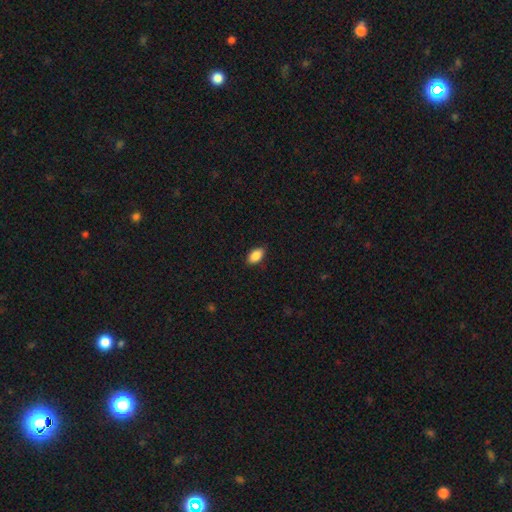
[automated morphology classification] A smooth galaxy with no disk features (88%) that is in between round and cigar-shaped (93%).

Vote fractions:
- Smooth or featured? smooth: 88% / star or artifact: 7% / featured or disk: 4%
- How rounded? in between: 93% / round: 5% / cigar-shaped: 2%
- Merging? none: 88% / minor disturbance: 9% / major disturbance: 2% / merger: 1%